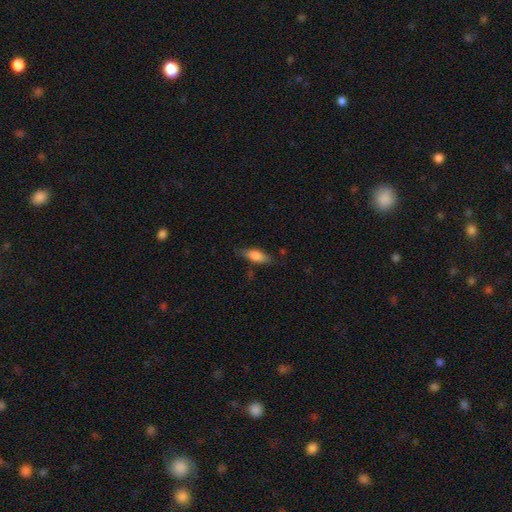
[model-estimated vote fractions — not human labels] smooth-or-featured: smooth: 79% | featured or disk: 14% | star or artifact: 7%
  how-rounded: in between: 70% | cigar-shaped: 28% | round: 3%
  merging: none: 74% | minor disturbance: 20% | major disturbance: 5% | merger: 2%